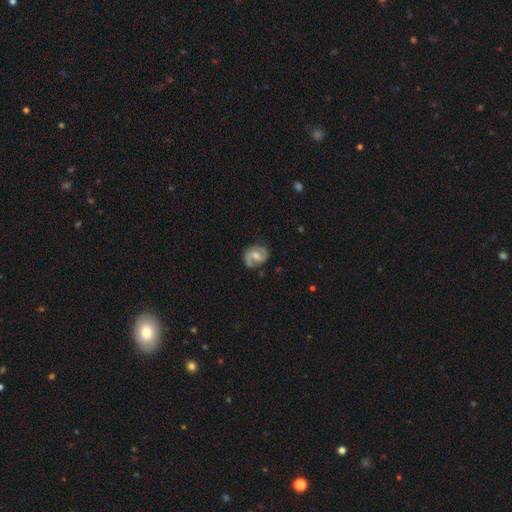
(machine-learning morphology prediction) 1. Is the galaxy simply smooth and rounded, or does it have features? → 78% featured or disk, 16% smooth, 6% star or artifact.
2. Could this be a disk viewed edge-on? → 98% no, 2% yes.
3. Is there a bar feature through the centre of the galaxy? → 53% weak, 29% no, 18% strong.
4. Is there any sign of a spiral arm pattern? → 93% yes, 7% no.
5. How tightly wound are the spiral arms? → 51% medium, 29% tight, 20% loose.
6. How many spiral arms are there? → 87% 2, 5% can't tell, 5% 1, 1% 3, 1% 4, 1% more than 4.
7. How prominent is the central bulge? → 57% moderate, 29% small, 7% large, 6% none, 1% dominant.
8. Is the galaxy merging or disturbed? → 74% none, 18% minor disturbance, 6% major disturbance, 2% merger.